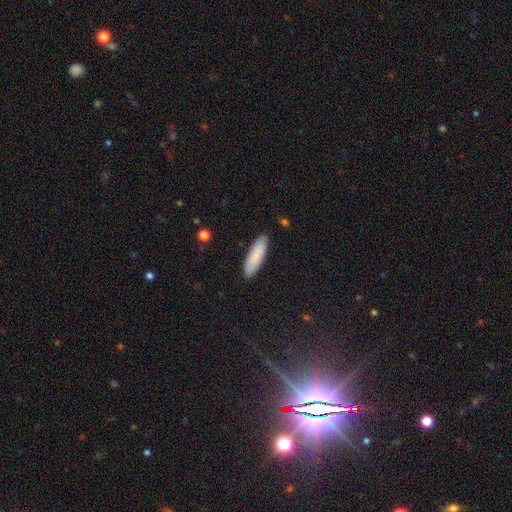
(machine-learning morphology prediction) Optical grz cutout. It shows a smooth galaxy with no disk features (85%) that is cigar-shaped (61%). Merging: none (89%).